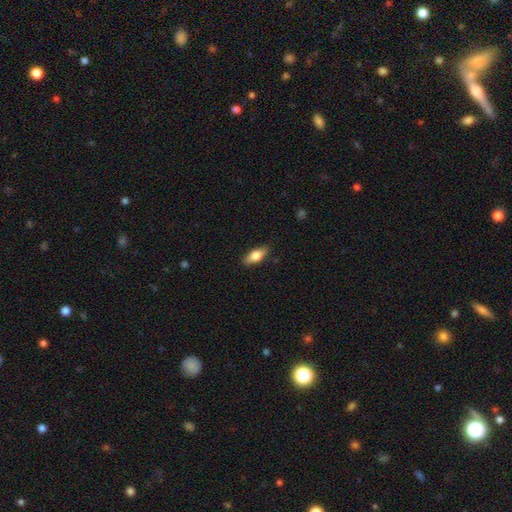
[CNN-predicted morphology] Overall: smooth (69%). How rounded: in between (74%). Merging: none (85%).